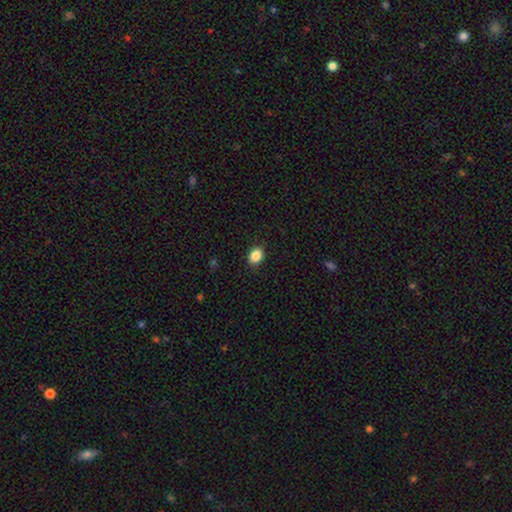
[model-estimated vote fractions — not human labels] This is clearly a smooth galaxy (87%). How rounded: likely in between (67%). Merging: clearly none (89%).